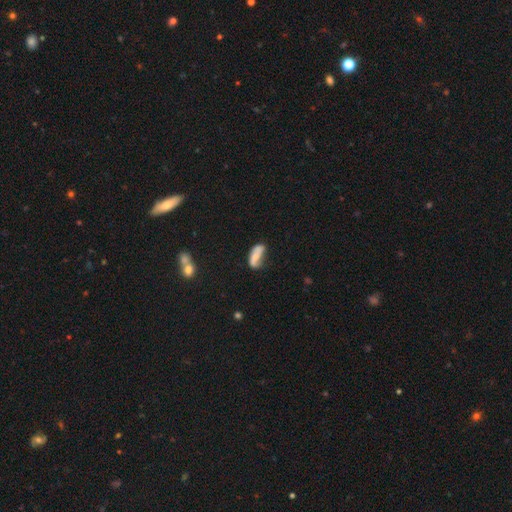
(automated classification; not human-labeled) Overall: smooth (61%; featured or disk 31%). How rounded: in between (79%). Merging: none (38%; minor disturbance 32%).